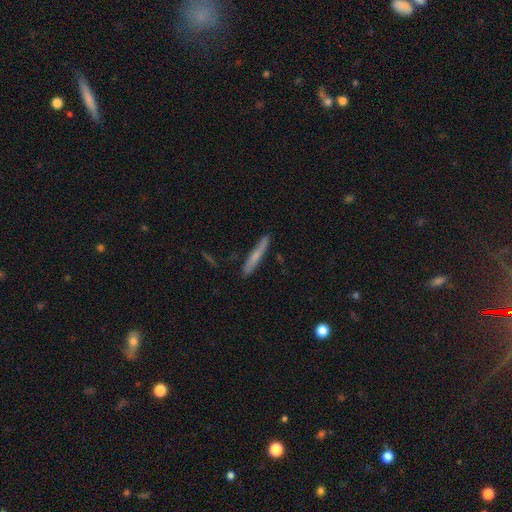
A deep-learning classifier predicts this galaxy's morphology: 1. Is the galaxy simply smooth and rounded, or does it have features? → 57% smooth, 37% featured or disk, 7% star or artifact.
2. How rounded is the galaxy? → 94% cigar-shaped, 4% in between, 2% round.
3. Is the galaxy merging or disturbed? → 86% none, 11% minor disturbance, 2% major disturbance, 2% merger.